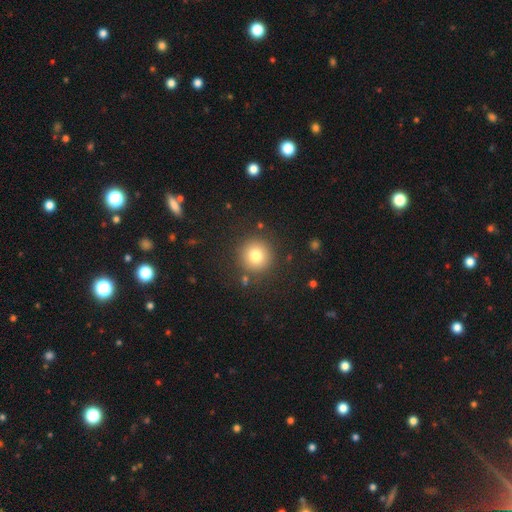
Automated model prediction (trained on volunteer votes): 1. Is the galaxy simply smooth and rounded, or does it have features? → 78% smooth, 12% star or artifact, 10% featured or disk.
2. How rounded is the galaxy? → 94% round, 5% in between, 1% cigar-shaped.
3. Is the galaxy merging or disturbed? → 88% none, 7% minor disturbance, 3% major disturbance, 2% merger.